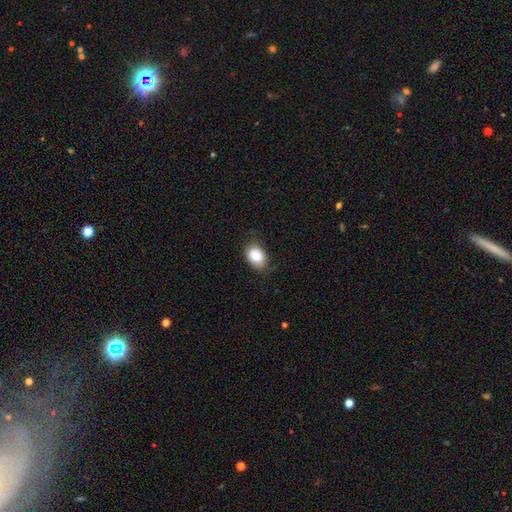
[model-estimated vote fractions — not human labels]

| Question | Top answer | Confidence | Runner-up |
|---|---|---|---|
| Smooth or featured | smooth | 84% | featured or disk (8%) |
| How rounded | in between | 79% | round (19%) |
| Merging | none | 65% | minor disturbance (26%) |